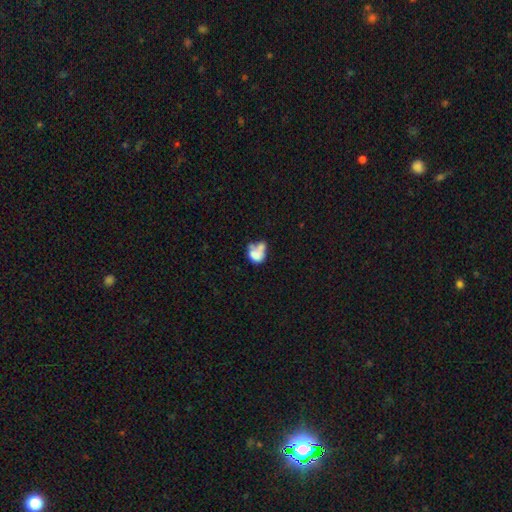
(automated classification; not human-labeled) The model was most divided on "merging": merger: 49%, none: 19%, major disturbance: 17%, minor disturbance: 15%. More confident: how rounded — in between (65%); smooth or featured — smooth (61%).